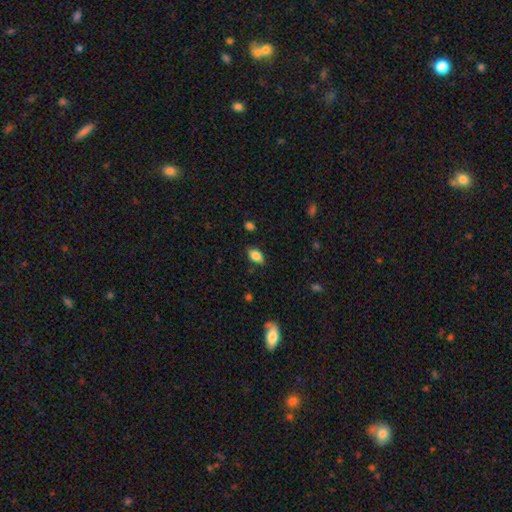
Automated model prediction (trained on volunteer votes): Q: Smooth or featured?
A: smooth (82%); runner-up: featured or disk (10%)
Q: How rounded?
A: in between (87%); runner-up: round (9%)
Q: Merging?
A: none (82%); runner-up: minor disturbance (14%)